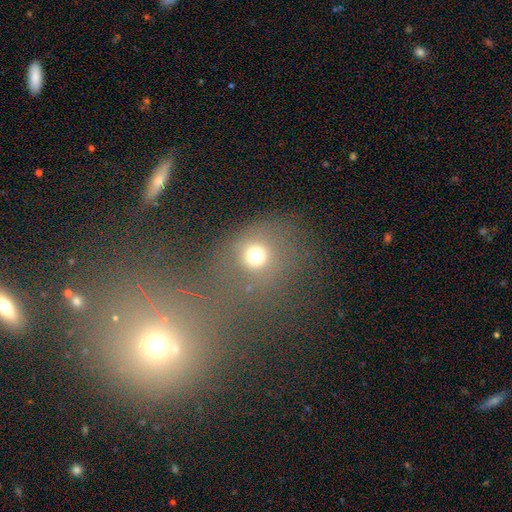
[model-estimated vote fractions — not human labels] The model was most divided on "merging": none: 57%, merger: 20%, minor disturbance: 12%, major disturbance: 11%. More confident: how rounded — round (80%); smooth or featured — smooth (70%).